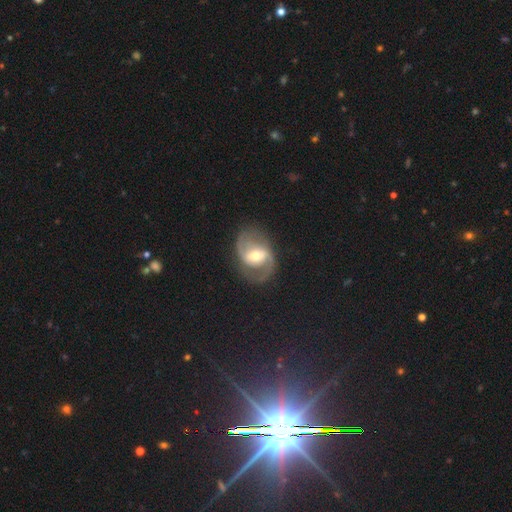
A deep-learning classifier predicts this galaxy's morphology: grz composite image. It shows a featured or disk galaxy (84%) with a weak bar (43%), 2 (90%) medium (51%) spiral arms (91%) and a moderate central bulge (63%). Merging: none (78%).